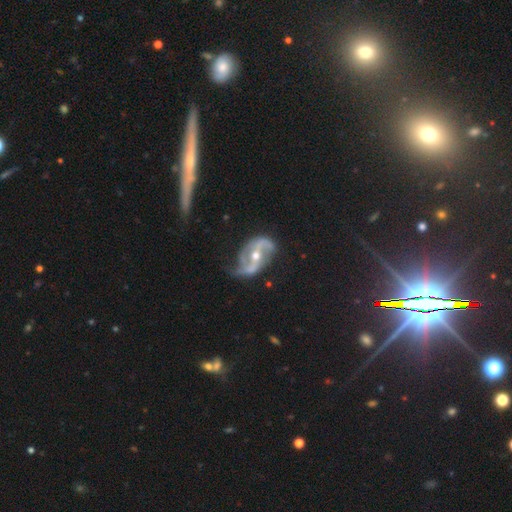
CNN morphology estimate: Q: Smooth or featured?
A: featured or disk (89%); runner-up: smooth (6%)
Q: Edge-on disk?
A: no (96%); runner-up: yes (4%)
Q: Bar?
A: strong (39%); runner-up: weak (33%)
Q: Spiral arms?
A: yes (95%); runner-up: no (5%)
Q: Spiral winding?
A: loose (57%); runner-up: medium (31%)
Q: Spiral arm count?
A: 2 (91%); runner-up: can't tell (3%)
Q: Bulge size?
A: moderate (63%); runner-up: small (33%)
Q: Merging?
A: none (58%); runner-up: minor disturbance (25%)